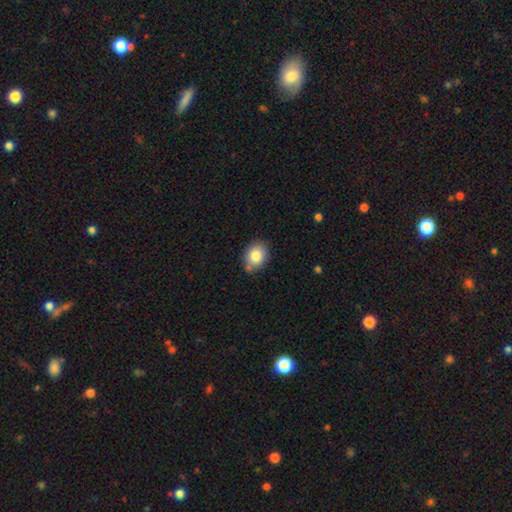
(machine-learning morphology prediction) This appears to be a smooth galaxy with no disk features (83%) that is in between round and cigar-shaped (57%). Merging: none (75%).